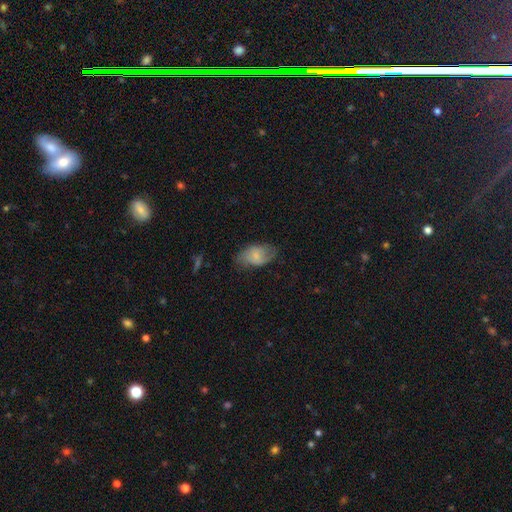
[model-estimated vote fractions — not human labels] Q: Smooth or featured?
A: smooth (60%); runner-up: featured or disk (33%)
Q: How rounded?
A: in between (91%); runner-up: round (8%)
Q: Merging?
A: none (61%); runner-up: minor disturbance (28%)